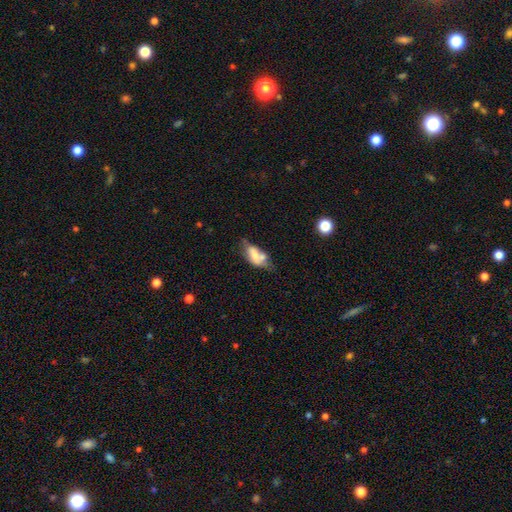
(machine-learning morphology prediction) The model was most divided on "merging": none: 35%, merger: 27%, minor disturbance: 25%, major disturbance: 12%. More confident: how rounded — in between (84%); smooth or featured — smooth (57%).